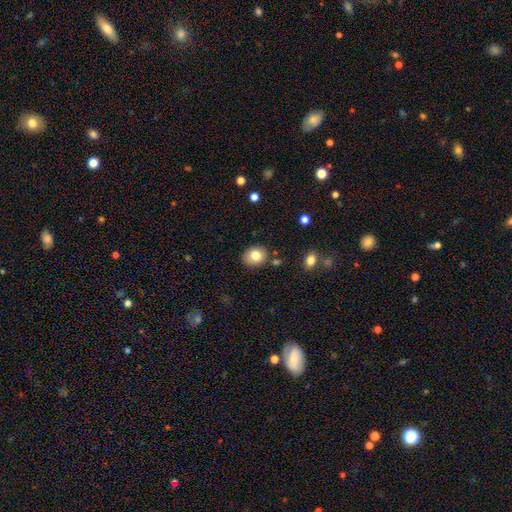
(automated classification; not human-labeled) This is likely a smooth galaxy (80%). How rounded: possibly round (59%). Merging: clearly none (83%).